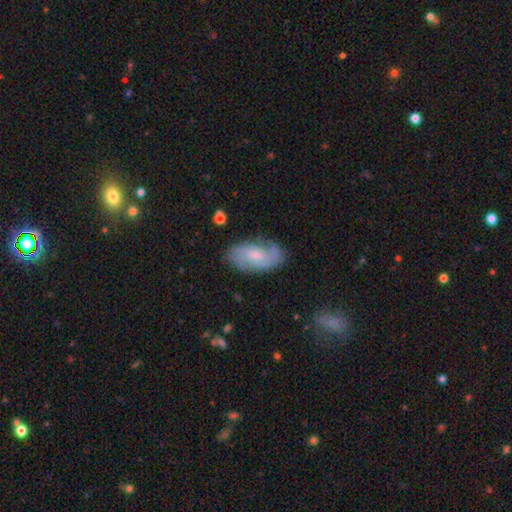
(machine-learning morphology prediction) smooth_or_featured: featured or disk (p=0.63) [alt: smooth p=0.30]
disk_edge_on: no (p=0.95) [alt: yes p=0.05]
bar: no (p=0.59) [alt: weak p=0.35]
has_spiral_arms: yes (p=0.89) [alt: no p=0.11]
spiral_winding: medium (p=0.44) [alt: tight p=0.35]
spiral_arm_count: 2 (p=0.61) [alt: can't tell p=0.22]
bulge_size: small (p=0.44) [alt: moderate p=0.39]
merging: none (p=0.72) [alt: minor disturbance p=0.20]